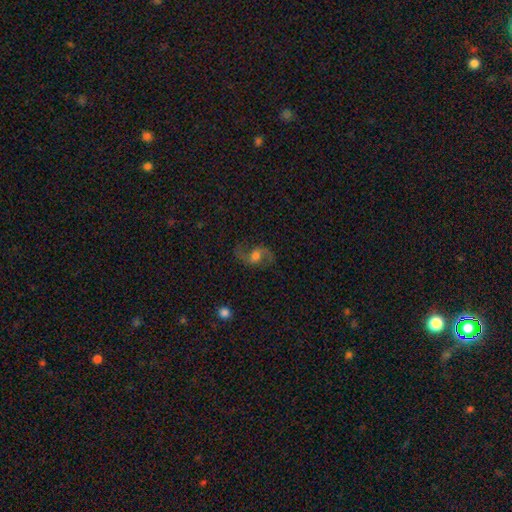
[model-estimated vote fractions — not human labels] Smooth or featured? featured or disk (78%)
Edge-on disk? no (97%)
Bar? no (54%)
Spiral arms? yes (94%)
Spiral winding? loose (65%)
Spiral arm count? 2 (93%)
Bulge size? moderate (59%)
Merging? none (75%)